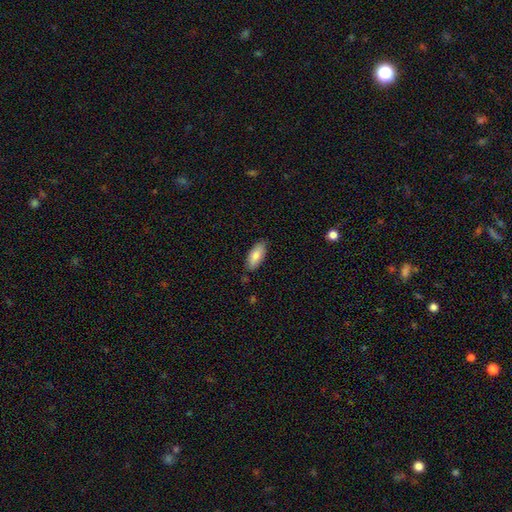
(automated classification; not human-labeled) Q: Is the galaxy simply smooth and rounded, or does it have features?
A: smooth — 84%.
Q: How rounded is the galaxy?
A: in between — 86%.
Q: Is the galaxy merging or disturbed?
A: none — 83%.